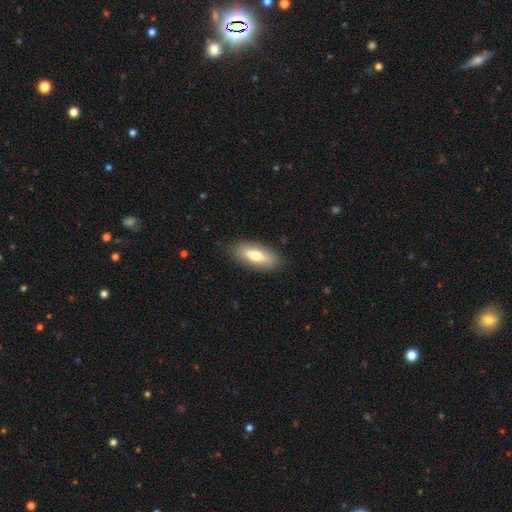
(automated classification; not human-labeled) Overall: smooth (66%; featured or disk 28%). How rounded: in between (77%). Merging: none (86%).